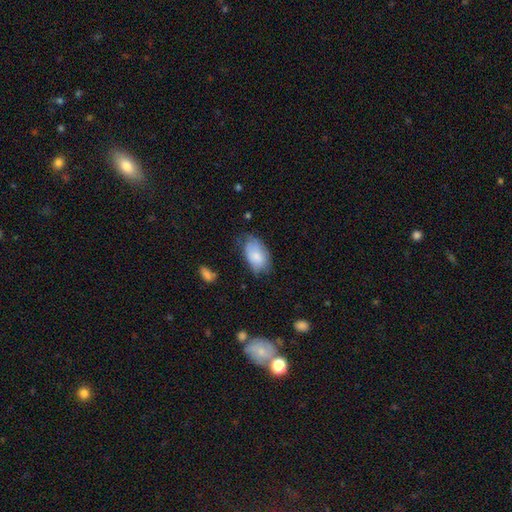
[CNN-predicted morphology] A smooth galaxy with no disk features (79%) that is in between round and cigar-shaped (93%).

Vote fractions:
- Smooth or featured? smooth: 79% / featured or disk: 14% / star or artifact: 7%
- How rounded? in between: 93% / round: 5% / cigar-shaped: 1%
- Merging? none: 53% / minor disturbance: 34% / major disturbance: 10% / merger: 2%